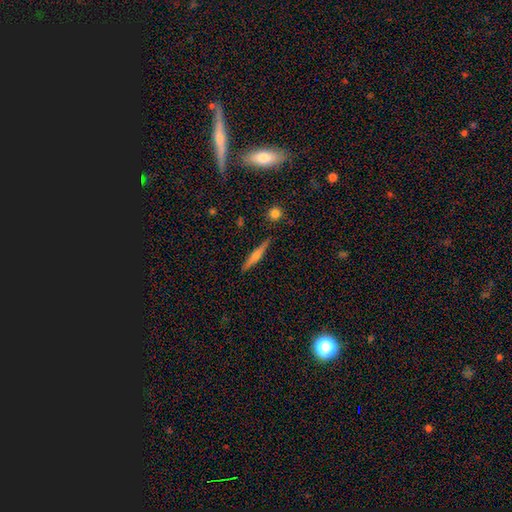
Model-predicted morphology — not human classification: Smooth or featured?
  - featured or disk: 55% *
  - smooth: 37%
  - star or artifact: 7%
Edge-on disk?
  - yes: 97% *
  - no: 3%
Edge-on bulge?
  - rounded: 79% *
  - none: 13%
  - boxy: 8%
Merging?
  - none: 90% *
  - minor disturbance: 7%
  - merger: 2%
  - major disturbance: 2%